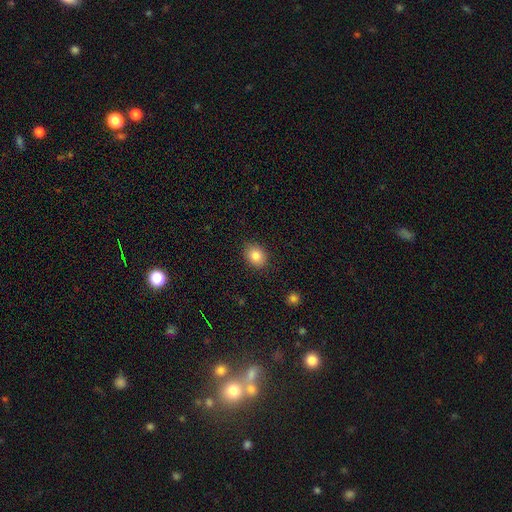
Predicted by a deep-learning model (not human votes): This appears to be a smooth galaxy with no disk features (84%) that is in between round and cigar-shaped (52%). Merging: none (87%).